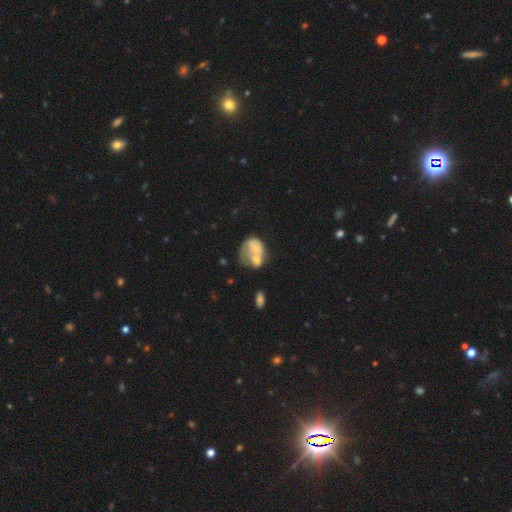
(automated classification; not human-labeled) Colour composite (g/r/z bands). It shows a smooth galaxy with no disk features (51%) that is in between round and cigar-shaped (54%). Merging: merger (54%).